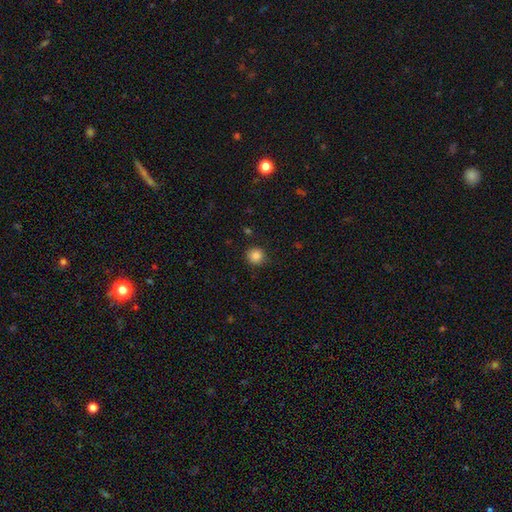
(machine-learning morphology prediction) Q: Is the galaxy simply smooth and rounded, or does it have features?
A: smooth — 85%.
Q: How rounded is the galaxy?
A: round — 93%.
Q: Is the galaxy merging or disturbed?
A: none — 89%.